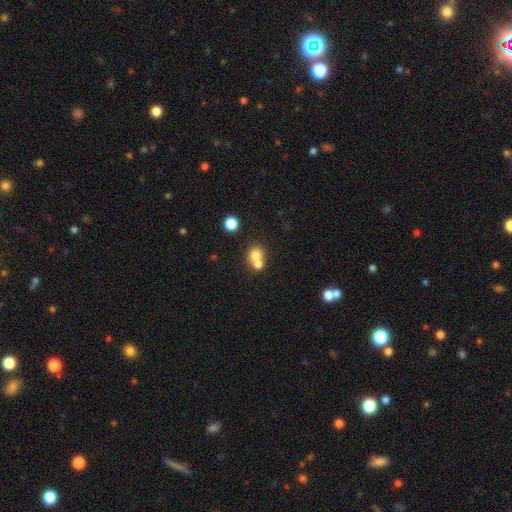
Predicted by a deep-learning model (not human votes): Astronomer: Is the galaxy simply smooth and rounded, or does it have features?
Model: smooth — 74%.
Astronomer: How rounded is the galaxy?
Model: round — 78%.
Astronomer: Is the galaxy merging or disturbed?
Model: merger — 56% (runner-up: none, 36%).